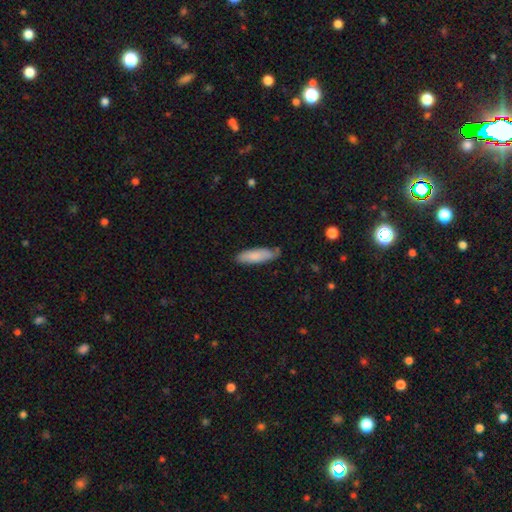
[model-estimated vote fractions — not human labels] This appears to be a smooth galaxy with no disk features (82%) that is cigar-shaped (55%). Merging: none (77%).